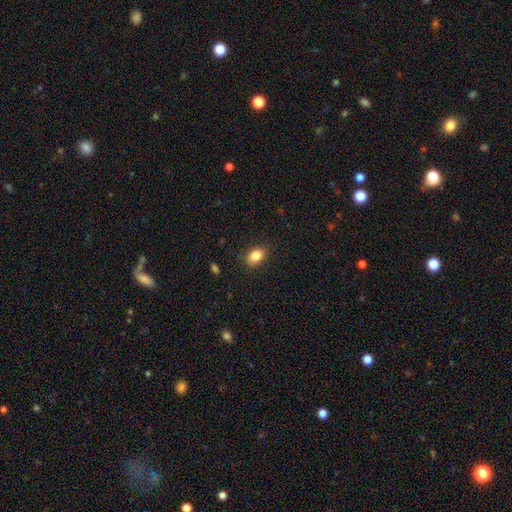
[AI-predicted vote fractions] A smooth galaxy with no disk features (85%) that is in between round and cigar-shaped (78%). Merging: none (86%).